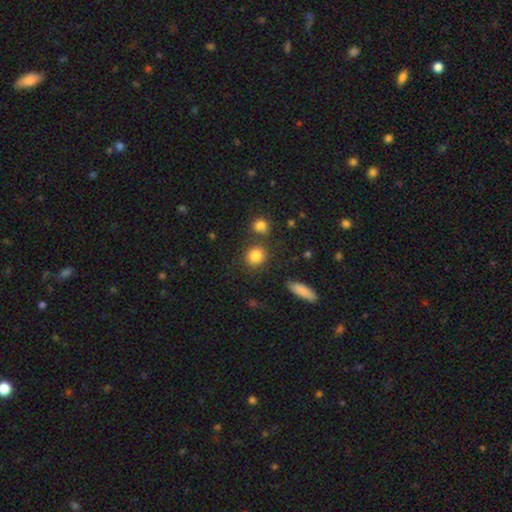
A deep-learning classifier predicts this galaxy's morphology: This is clearly a smooth galaxy (84%). How rounded: clearly round (82%). Merging: likely none (74%).